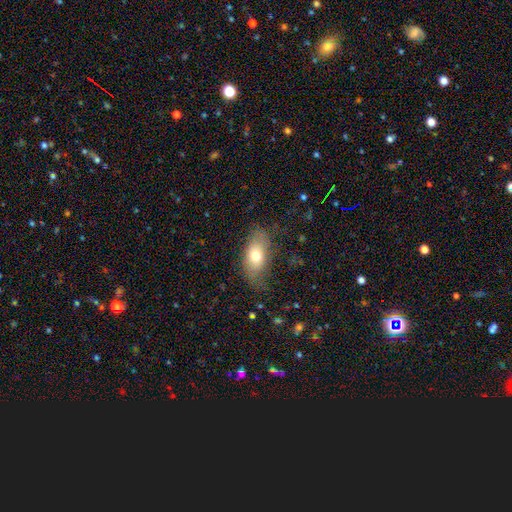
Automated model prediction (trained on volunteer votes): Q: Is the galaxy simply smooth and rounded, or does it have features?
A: smooth — 73%.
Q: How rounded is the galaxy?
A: in between — 87%.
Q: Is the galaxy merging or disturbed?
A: none — 66%.